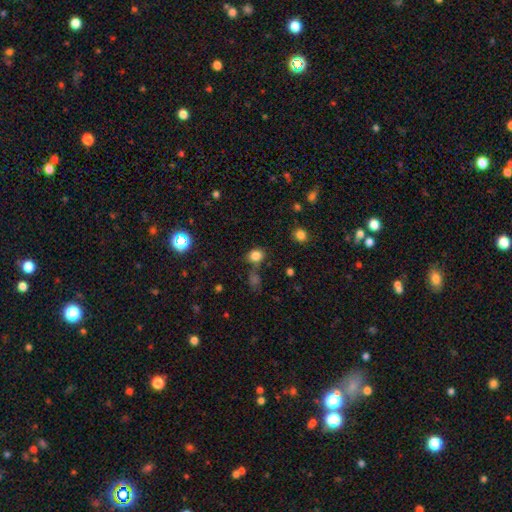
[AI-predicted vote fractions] smooth-or-featured: smooth: 80% | star or artifact: 14% | featured or disk: 5%
  how-rounded: round: 60% | in between: 39% | cigar-shaped: 1%
  merging: none: 68% | minor disturbance: 15% | merger: 12% | major disturbance: 5%